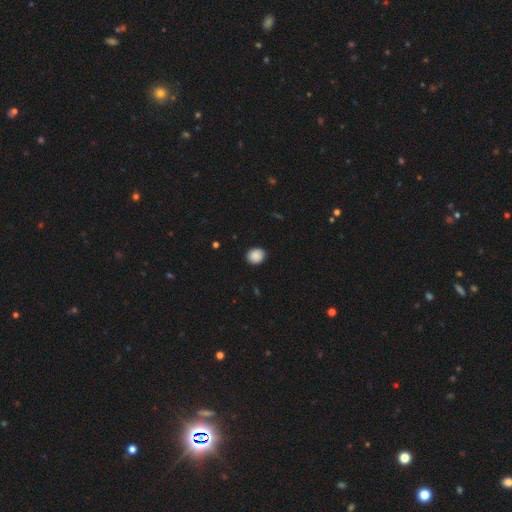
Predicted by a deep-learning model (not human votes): Morphology: type=smooth (89%); roundness=round (72%); merging=none (90%).